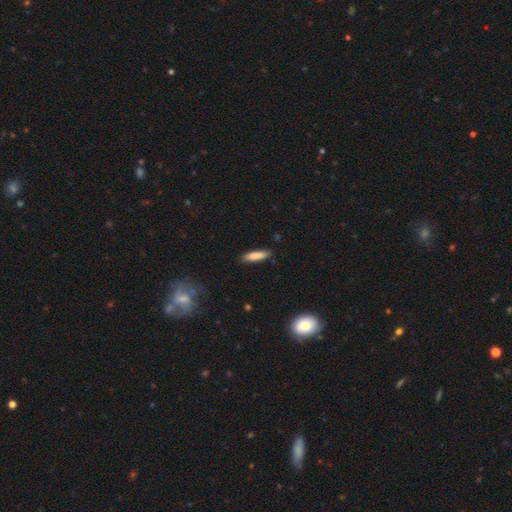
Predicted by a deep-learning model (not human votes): smooth_or_featured: smooth (p=0.82) [alt: featured or disk p=0.12]
how_rounded: cigar-shaped (p=0.73) [alt: in between p=0.25]
merging: none (p=0.87) [alt: minor disturbance p=0.10]